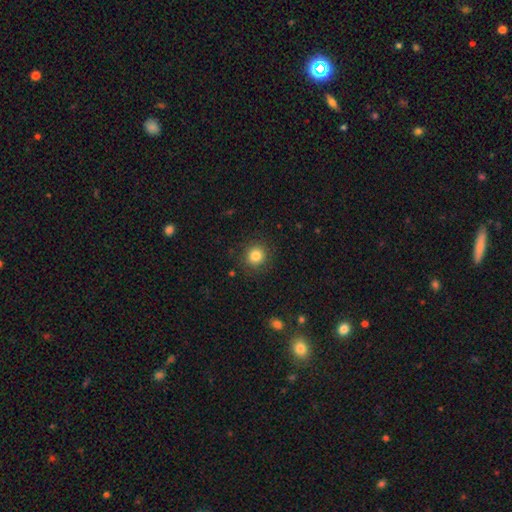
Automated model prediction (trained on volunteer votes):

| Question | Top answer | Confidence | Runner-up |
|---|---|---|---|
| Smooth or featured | smooth | 83% | star or artifact (11%) |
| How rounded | round | 90% | in between (9%) |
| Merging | none | 89% | minor disturbance (7%) |